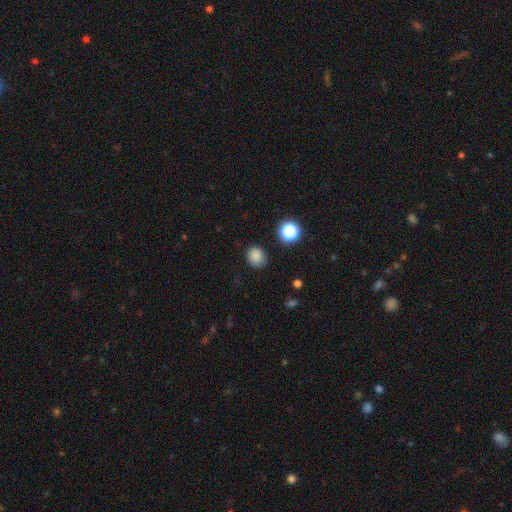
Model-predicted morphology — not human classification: The model was most divided on "how rounded": round: 69%, in between: 30%, cigar-shaped: 1%. More confident: smooth or featured — smooth (83%); merging — none (81%).